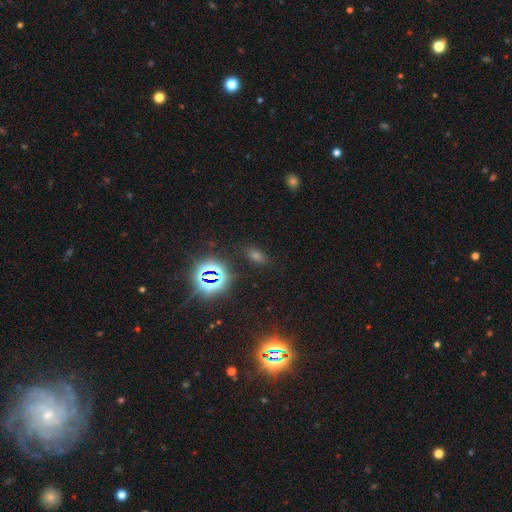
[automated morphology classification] This appears to be a star or artifact, not a galaxy (46%).